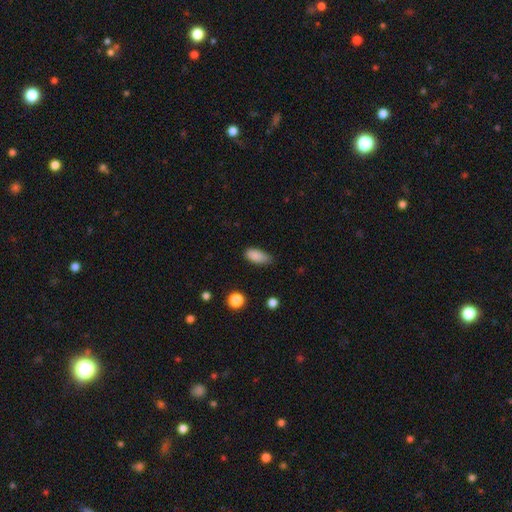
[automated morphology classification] A smooth galaxy with no disk features (87%) that is in between round and cigar-shaped (88%). Merging: none (59%).